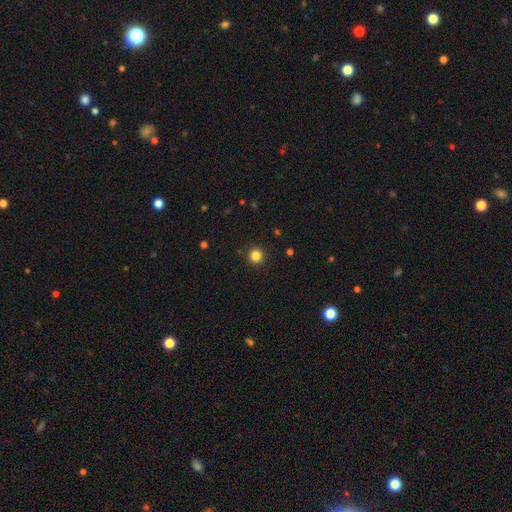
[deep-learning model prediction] A smooth galaxy with no disk features (84%) that is round (96%). Merging: none (92%).